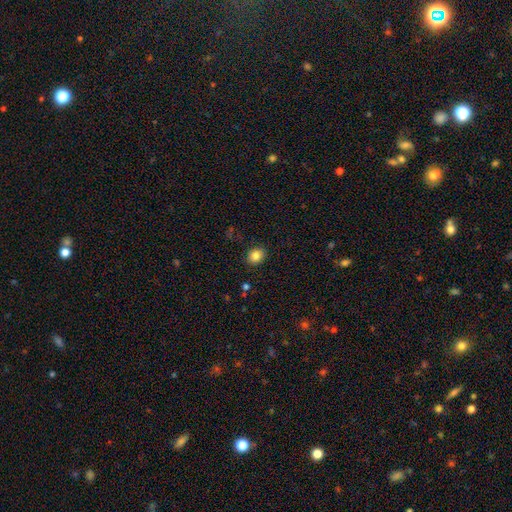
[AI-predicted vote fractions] Smooth or featured: smooth — 84% (star or artifact — 10%)
How rounded: round — 57% (in between — 42%)
Merging: none — 88% (minor disturbance — 8%)